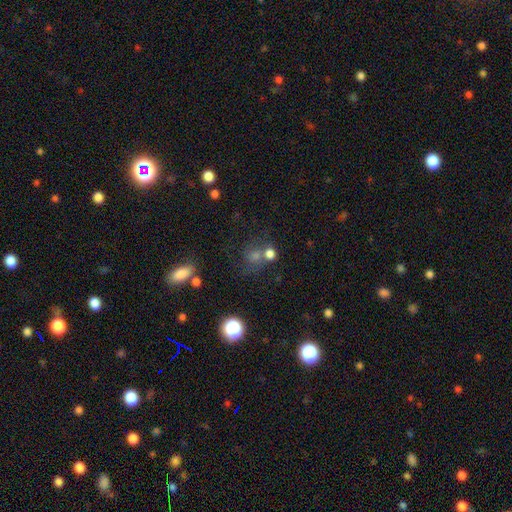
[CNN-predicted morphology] Overall: smooth (50%; star or artifact 35%). Merging: none (53%; merger 29%).